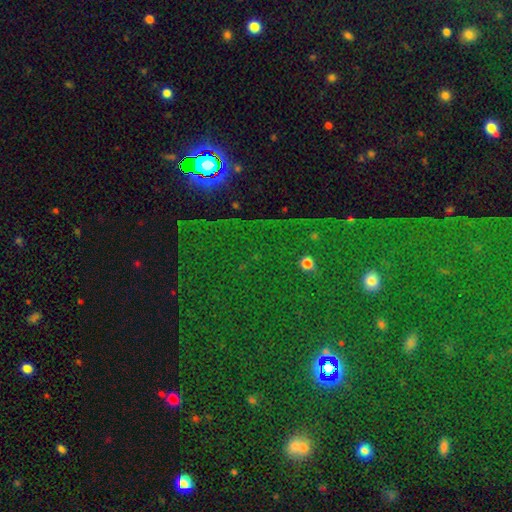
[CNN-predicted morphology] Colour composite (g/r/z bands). It shows a star or artifact, not a galaxy (80%).